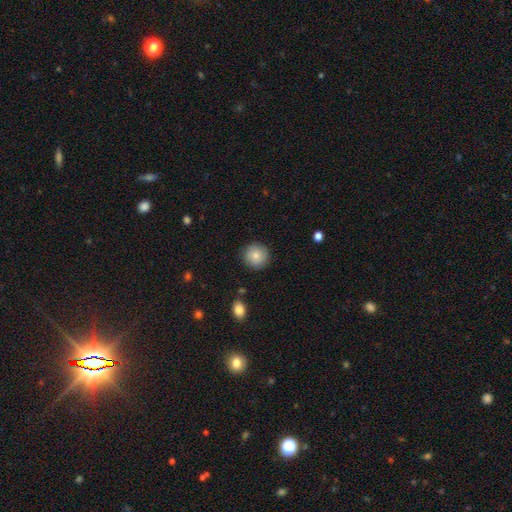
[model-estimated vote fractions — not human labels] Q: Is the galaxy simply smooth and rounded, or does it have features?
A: smooth — 83%.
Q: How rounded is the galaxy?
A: round — 94%.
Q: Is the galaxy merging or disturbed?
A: none — 88%.